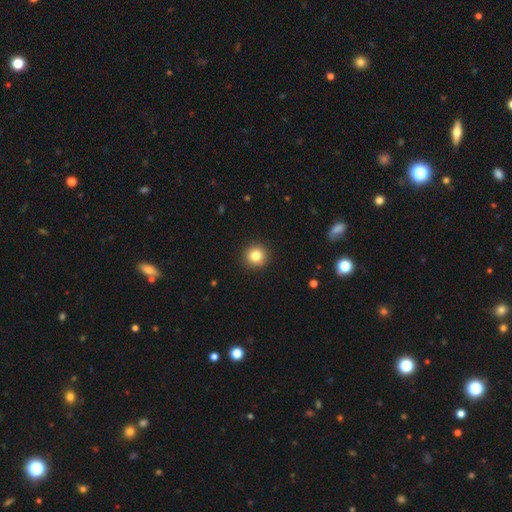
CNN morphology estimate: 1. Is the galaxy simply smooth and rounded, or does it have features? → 83% smooth, 11% star or artifact, 7% featured or disk.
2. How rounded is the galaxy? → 95% round, 4% in between, 1% cigar-shaped.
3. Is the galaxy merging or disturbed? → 92% none, 5% minor disturbance, 2% major disturbance, 1% merger.